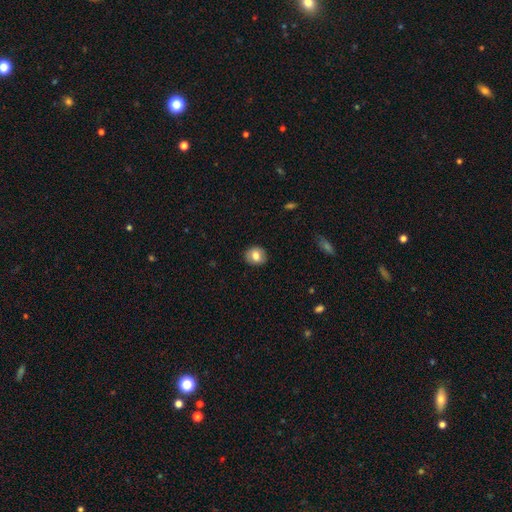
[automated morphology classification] Overall: smooth (77%). How rounded: round (72%). Merging: none (87%).